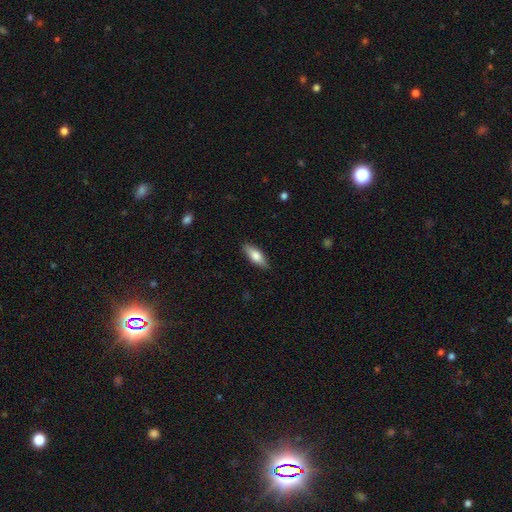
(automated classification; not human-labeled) smooth-or-featured: smooth: 72% | featured or disk: 22% | star or artifact: 6%
  how-rounded: in between: 63% | cigar-shaped: 35% | round: 2%
  merging: none: 87% | minor disturbance: 10% | major disturbance: 2% | merger: 1%